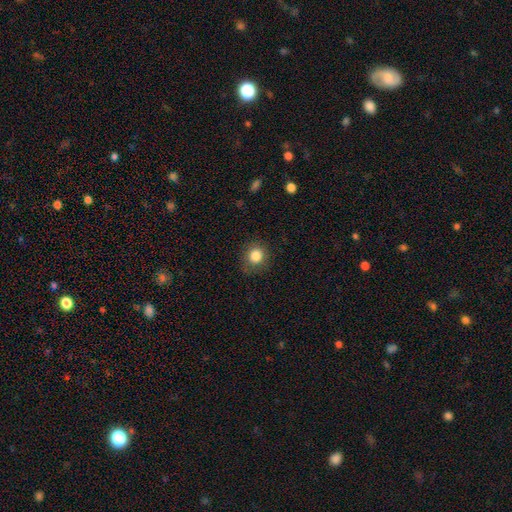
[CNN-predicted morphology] Q: Smooth or featured?
A: smooth (84%); runner-up: star or artifact (10%)
Q: How rounded?
A: round (84%); runner-up: in between (15%)
Q: Merging?
A: none (83%); runner-up: minor disturbance (12%)